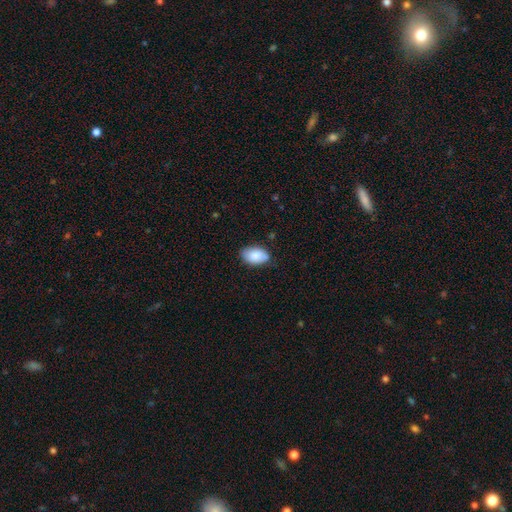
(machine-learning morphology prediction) smooth_or_featured: smooth (p=0.83) [alt: featured or disk p=0.10]
how_rounded: in between (p=0.90) [alt: round p=0.08]
merging: none (p=0.75) [alt: minor disturbance p=0.20]